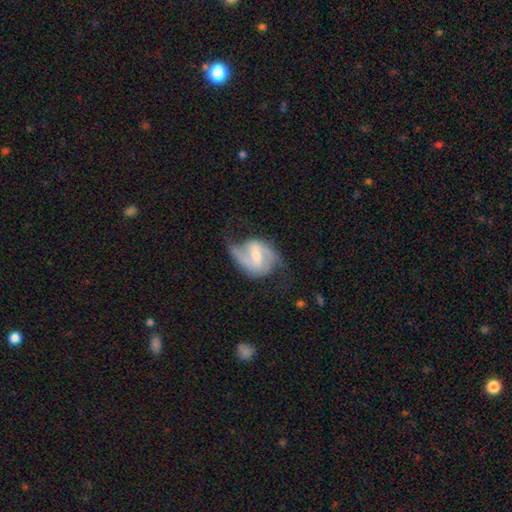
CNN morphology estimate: Smooth or featured?
  - featured or disk: 82% *
  - smooth: 13%
  - star or artifact: 5%
Edge-on disk?
  - no: 97% *
  - yes: 3%
Bar?
  - weak: 53% *
  - strong: 27%
  - no: 20%
Spiral arms?
  - yes: 94% *
  - no: 6%
Spiral winding?
  - medium: 48% *
  - loose: 35%
  - tight: 17%
Spiral arm count?
  - 2: 85% *
  - can't tell: 6%
  - 1: 5%
  - 3: 2%
  - 4: 1%
  - more than 4: 1%
Bulge size?
  - moderate: 47% *
  - small: 44%
  - none: 5%
  - large: 4%
  - dominant: 1%
Merging?
  - none: 56% *
  - minor disturbance: 25%
  - major disturbance: 17%
  - merger: 2%